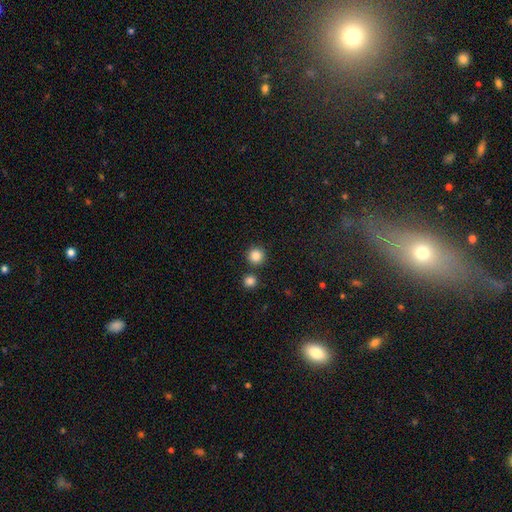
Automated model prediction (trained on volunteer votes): Q: Smooth or featured?
A: smooth (85%); runner-up: star or artifact (11%)
Q: How rounded?
A: round (95%); runner-up: in between (4%)
Q: Merging?
A: none (84%); runner-up: merger (8%)